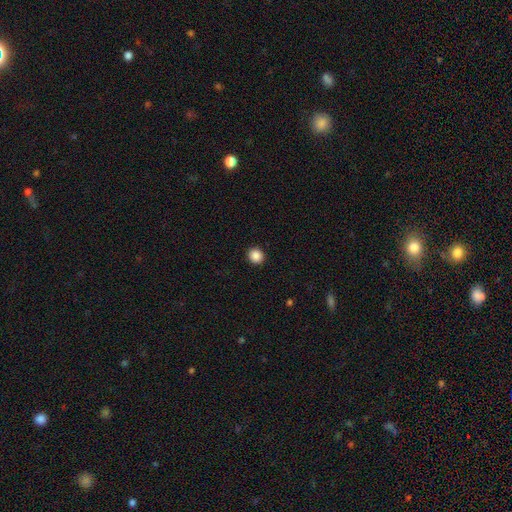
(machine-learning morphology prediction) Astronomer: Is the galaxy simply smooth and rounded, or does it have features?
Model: smooth — 88%.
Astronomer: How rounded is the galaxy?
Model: round — 91%.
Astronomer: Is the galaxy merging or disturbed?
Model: none — 93%.